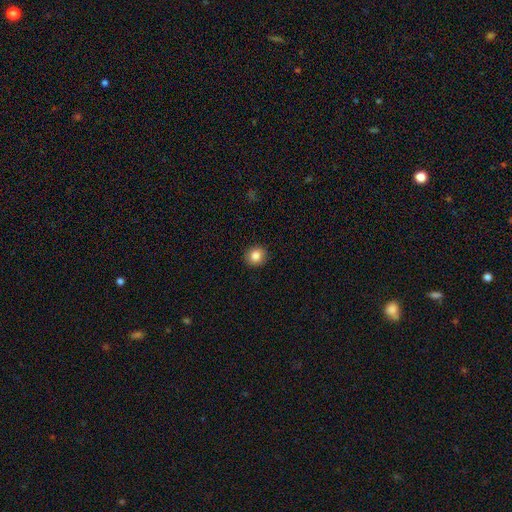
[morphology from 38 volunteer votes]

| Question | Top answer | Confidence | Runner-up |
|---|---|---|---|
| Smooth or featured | smooth | 84% | featured or disk (8%) |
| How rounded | round | 88% | in between (9%) |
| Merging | none | 91% | minor disturbance (3%) |